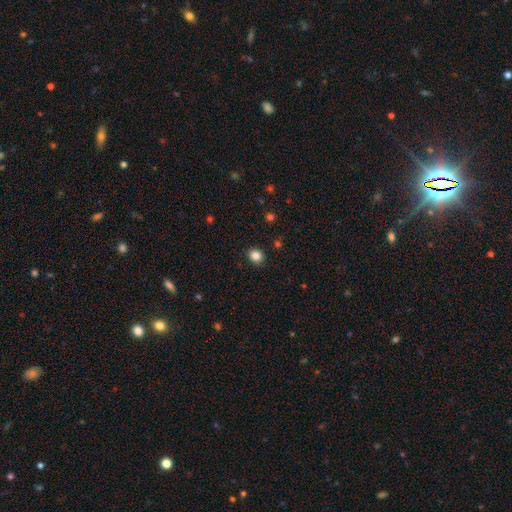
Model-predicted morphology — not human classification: A smooth galaxy with no disk features (85%) that is round (68%).

Vote fractions:
- Smooth or featured? smooth: 85% / star or artifact: 11% / featured or disk: 4%
- How rounded? round: 68% / in between: 31% / cigar-shaped: 1%
- Merging? none: 90% / minor disturbance: 7% / major disturbance: 2% / merger: 1%